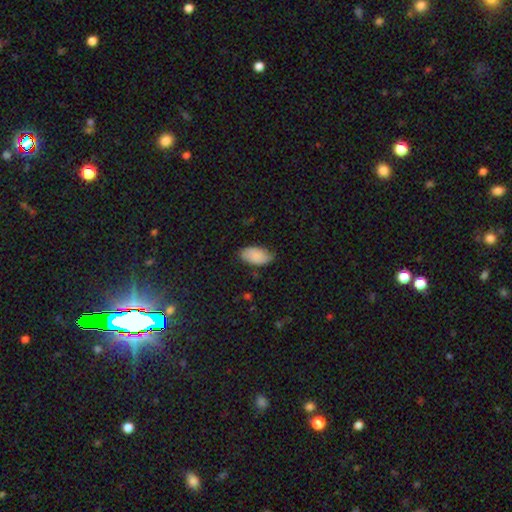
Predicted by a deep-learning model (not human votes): Smooth or featured?
  - smooth: 83% *
  - featured or disk: 10%
  - star or artifact: 7%
How rounded?
  - in between: 95% *
  - round: 3%
  - cigar-shaped: 2%
Merging?
  - none: 69% *
  - minor disturbance: 25%
  - major disturbance: 4%
  - merger: 1%